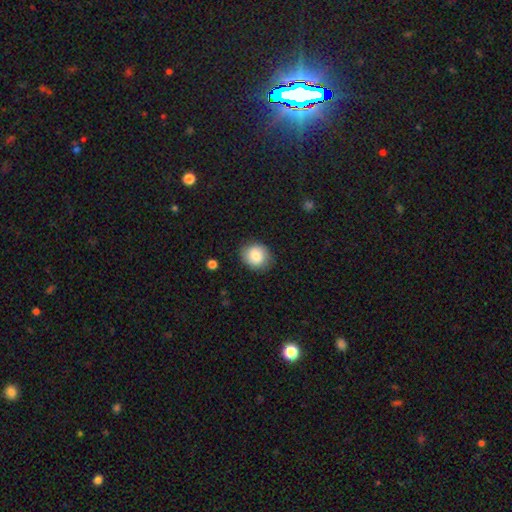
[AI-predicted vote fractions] This is clearly a smooth galaxy (83%). How rounded: likely round (77%). Merging: clearly none (83%).